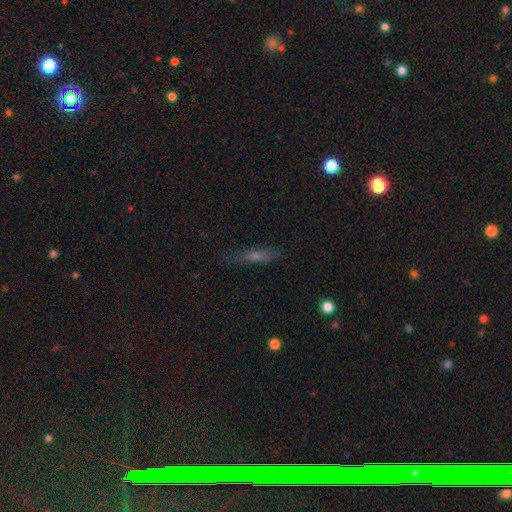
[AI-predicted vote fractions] featured or disk 44%, smooth 42%, star or artifact 14%. Down the decision tree: merging — none (79%).